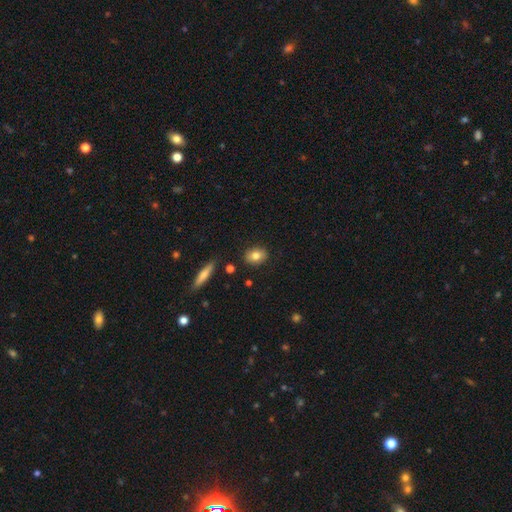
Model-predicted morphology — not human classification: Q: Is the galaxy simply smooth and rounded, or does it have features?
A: smooth — 79%.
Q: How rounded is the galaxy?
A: in between — 61%.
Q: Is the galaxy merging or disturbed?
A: none — 87%.